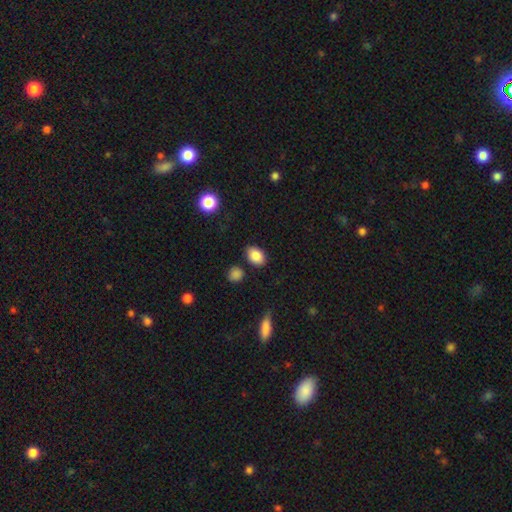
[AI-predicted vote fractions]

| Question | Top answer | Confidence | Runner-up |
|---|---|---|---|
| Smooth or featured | smooth | 87% | star or artifact (8%) |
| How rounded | in between | 80% | round (19%) |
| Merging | none | 81% | minor disturbance (12%) |